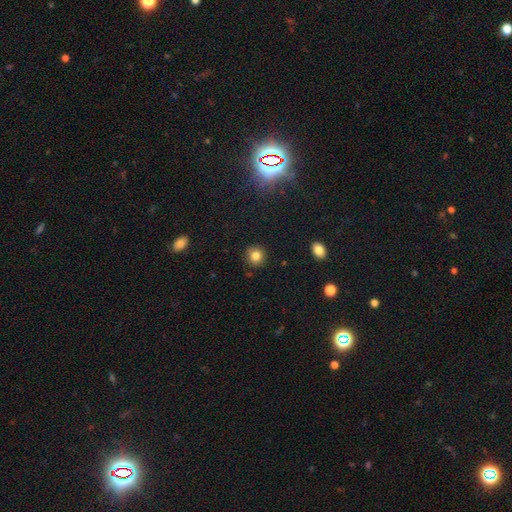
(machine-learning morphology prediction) This appears to be a smooth galaxy with no disk features (82%) that is round (90%). Merging: none (88%).